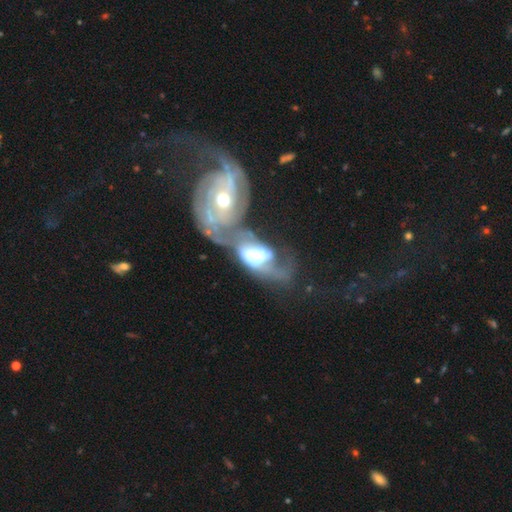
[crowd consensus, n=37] Smooth or featured: featured or disk — 73% (smooth — 27%)
Edge-on disk: no — 93% (yes — 7%)
Bar: strong — 36% (tied with no — 36%)
Spiral arms: yes — 92% (no — 8%)
Spiral winding: medium — 57% (loose — 26%)
Spiral arm count: 2 — 70% (can't tell — 17%)
Bulge size: large — 36% (tied with moderate — 36%)
Merging: merger — 92% (none — 8%)